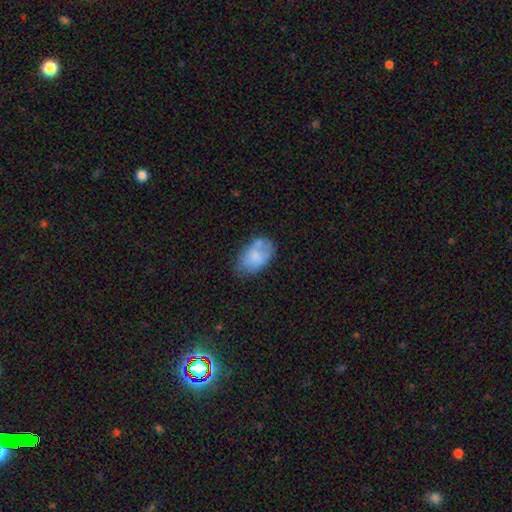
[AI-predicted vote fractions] Morphology: type=smooth (67%); roundness=in between (90%); merging=none (50%).